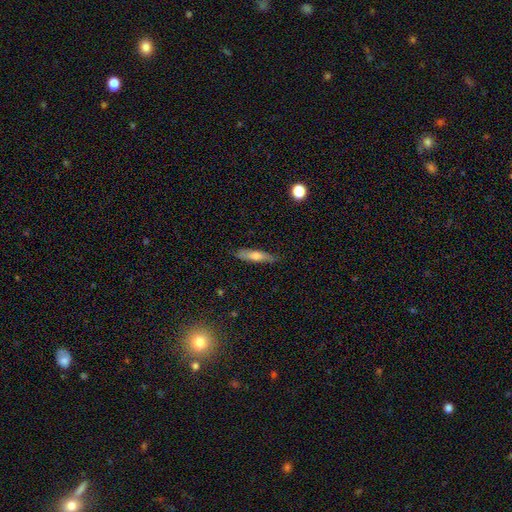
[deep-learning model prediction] This appears to be a smooth galaxy with no disk features (51%) that is cigar-shaped (81%). Merging: none (84%).